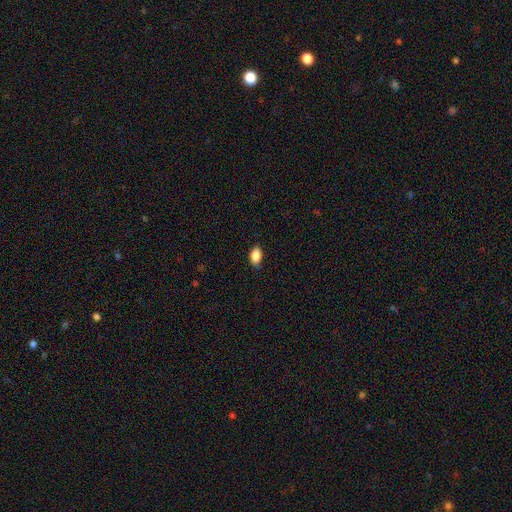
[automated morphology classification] Smooth or featured: smooth — 87% (star or artifact — 8%)
How rounded: in between — 90% (round — 7%)
Merging: none — 84% (minor disturbance — 13%)